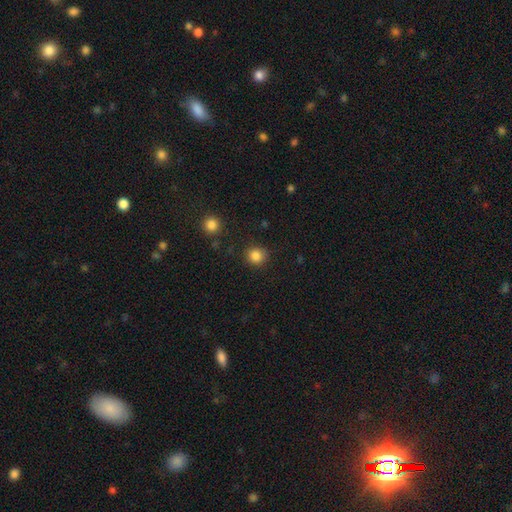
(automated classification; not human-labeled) smooth_or_featured: smooth (p=0.85) [alt: star or artifact p=0.11]
how_rounded: round (p=0.89) [alt: in between p=0.10]
merging: none (p=0.86) [alt: minor disturbance p=0.09]